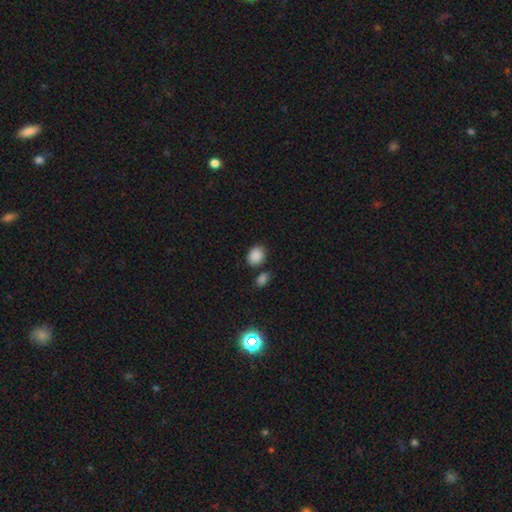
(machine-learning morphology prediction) smooth-or-featured: smooth: 87% | star or artifact: 9% | featured or disk: 4%
  how-rounded: in between: 52% | round: 47% | cigar-shaped: 1%
  merging: none: 72% | minor disturbance: 15% | merger: 9% | major disturbance: 4%